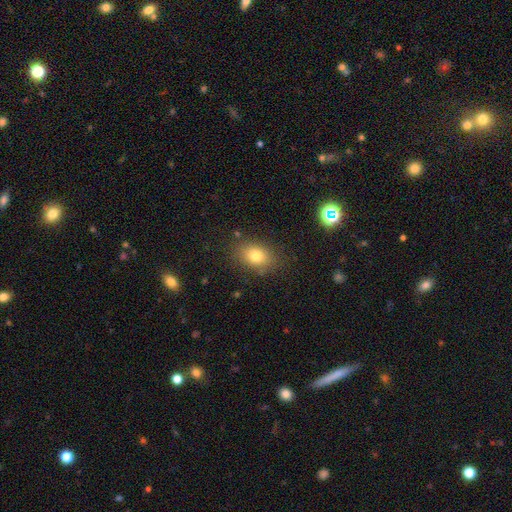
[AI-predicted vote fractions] A smooth galaxy with no disk features (77%) that is in between round and cigar-shaped (72%). Merging: none (82%).